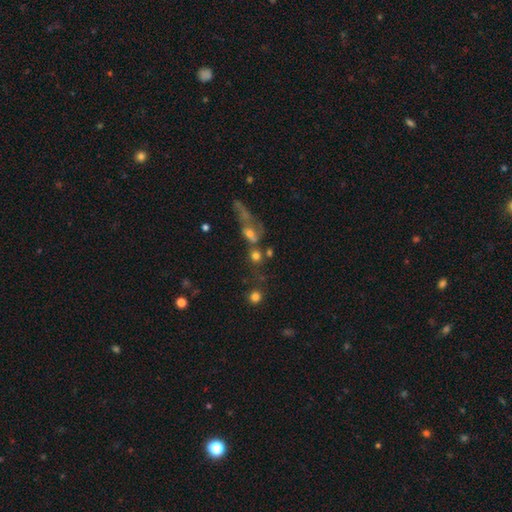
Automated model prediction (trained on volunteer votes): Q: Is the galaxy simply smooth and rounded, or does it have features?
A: smooth — 63%.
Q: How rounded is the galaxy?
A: round — 76%.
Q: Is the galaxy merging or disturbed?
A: none — 40%.